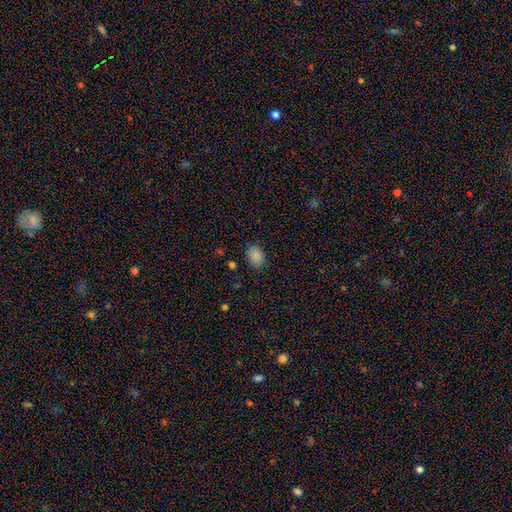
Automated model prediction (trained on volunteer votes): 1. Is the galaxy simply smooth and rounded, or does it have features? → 86% smooth, 9% star or artifact, 5% featured or disk.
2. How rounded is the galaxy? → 79% in between, 20% round, 1% cigar-shaped.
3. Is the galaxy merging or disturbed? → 85% none, 11% minor disturbance, 3% major disturbance, 1% merger.